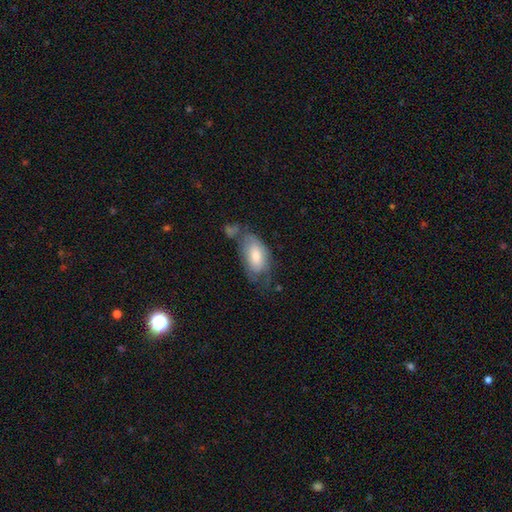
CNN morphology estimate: Smooth or featured: smooth — 64% (featured or disk — 29%)
How rounded: in between — 92% (cigar-shaped — 4%)
Merging: none — 35% (minor disturbance — 30%)